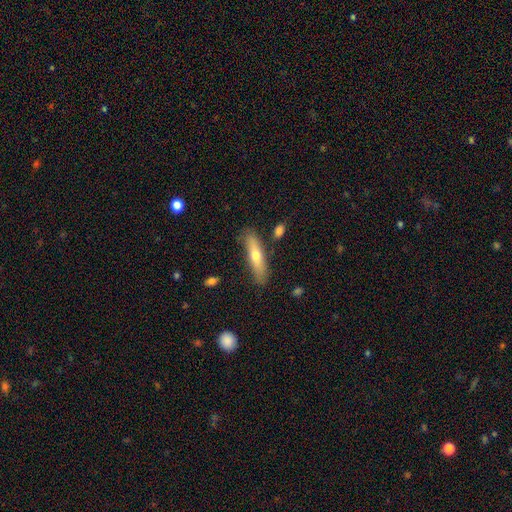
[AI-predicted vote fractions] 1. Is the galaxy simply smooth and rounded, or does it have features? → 59% smooth, 35% featured or disk, 6% star or artifact.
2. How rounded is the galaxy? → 75% cigar-shaped, 23% in between, 2% round.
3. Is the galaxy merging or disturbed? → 81% none, 13% minor disturbance, 3% merger, 3% major disturbance.